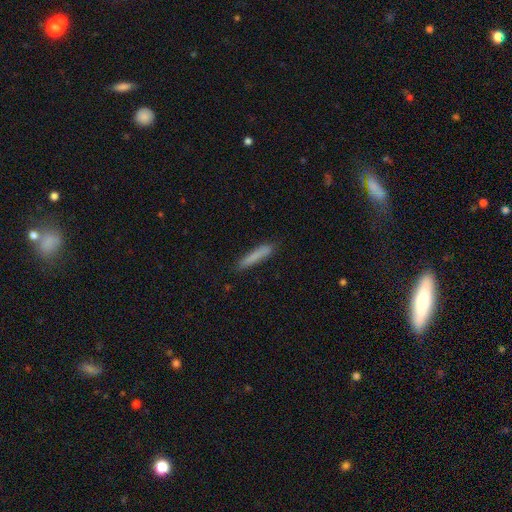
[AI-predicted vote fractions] smooth_or_featured: smooth (p=0.81) [alt: featured or disk p=0.13]
how_rounded: cigar-shaped (p=0.93) [alt: in between p=0.06]
merging: none (p=0.86) [alt: minor disturbance p=0.11]